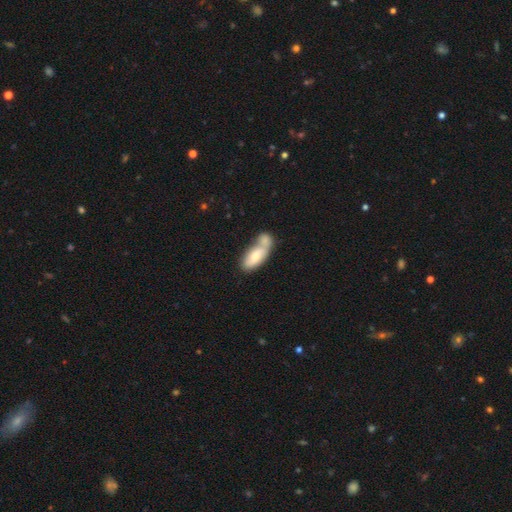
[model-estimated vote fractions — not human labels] Overall: smooth (70%). How rounded: in between (82%). Merging: merger (59%; none 23%).